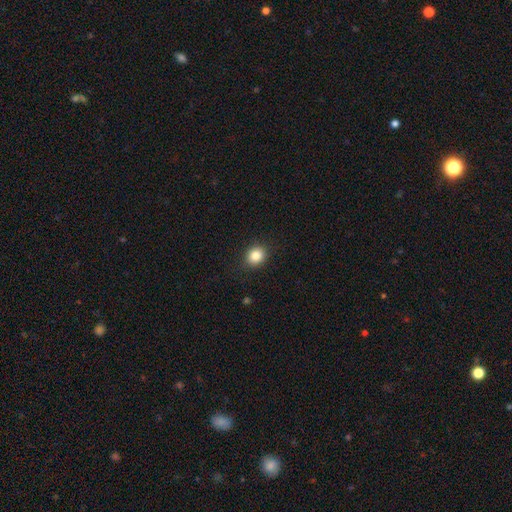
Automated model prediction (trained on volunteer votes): Smooth or featured: smooth — 84% (star or artifact — 10%)
How rounded: round — 69% (in between — 30%)
Merging: none — 89% (minor disturbance — 8%)